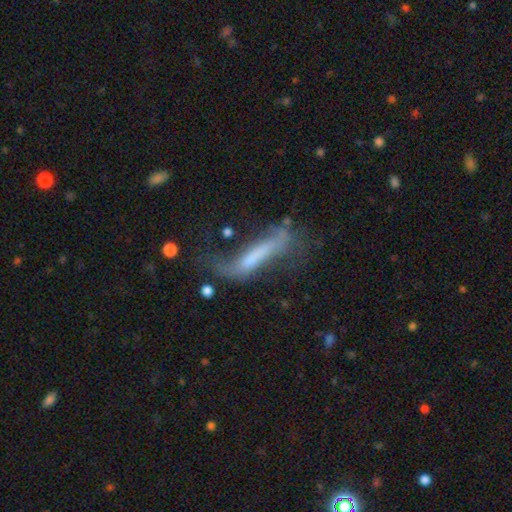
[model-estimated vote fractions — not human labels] Smooth or featured? featured or disk (51%)
Edge-on disk? no (59%)
Merging? major disturbance (37%)